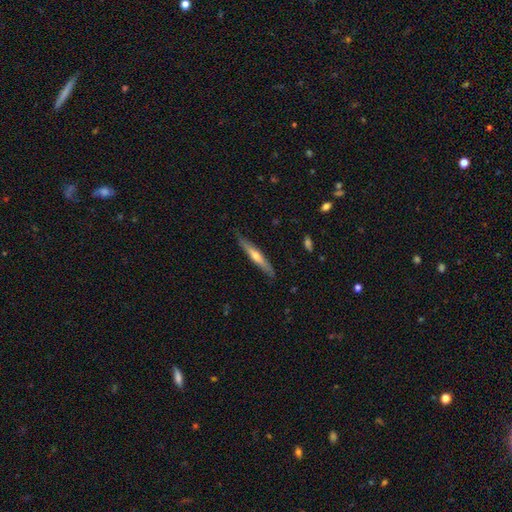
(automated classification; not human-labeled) The model was most divided on "smooth or featured": featured or disk: 52%, smooth: 42%, star or artifact: 5%. More confident: edge-on disk — yes (92%); merging — none (85%).